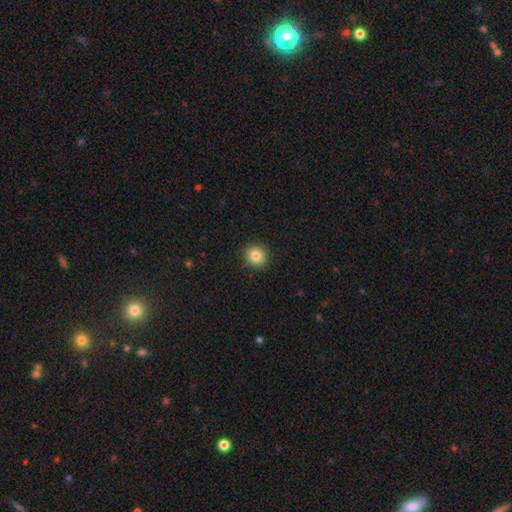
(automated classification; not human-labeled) Smooth or featured?
  - smooth: 83% *
  - star or artifact: 10%
  - featured or disk: 6%
How rounded?
  - round: 91% *
  - in between: 8%
  - cigar-shaped: 1%
Merging?
  - none: 91% *
  - minor disturbance: 6%
  - major disturbance: 2%
  - merger: 1%